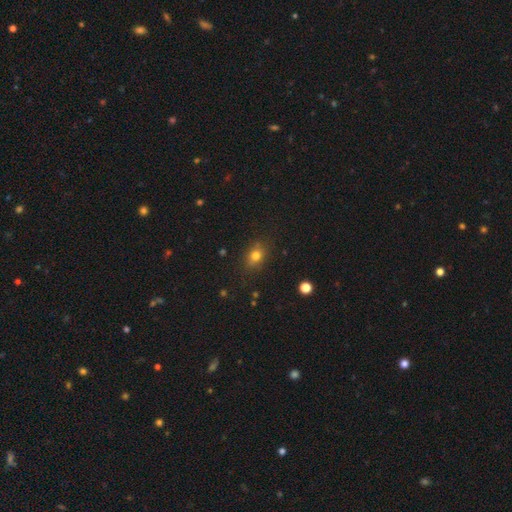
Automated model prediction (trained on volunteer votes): Smooth or featured: smooth — 77% (star or artifact — 13%)
How rounded: in between — 57% (round — 41%)
Merging: none — 82% (minor disturbance — 13%)